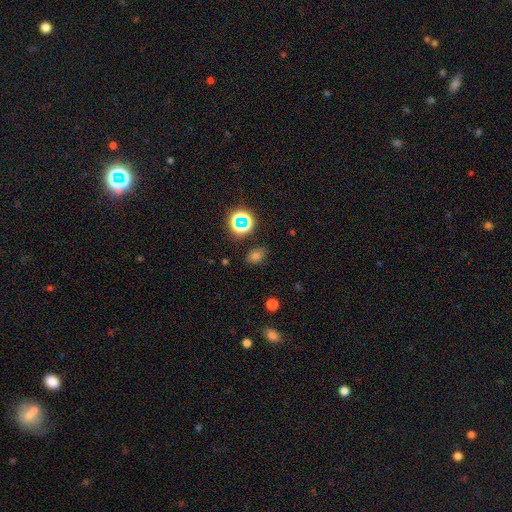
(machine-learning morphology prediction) Smooth or featured? smooth (59%)
How rounded? in between (64%)
Merging? none (81%)